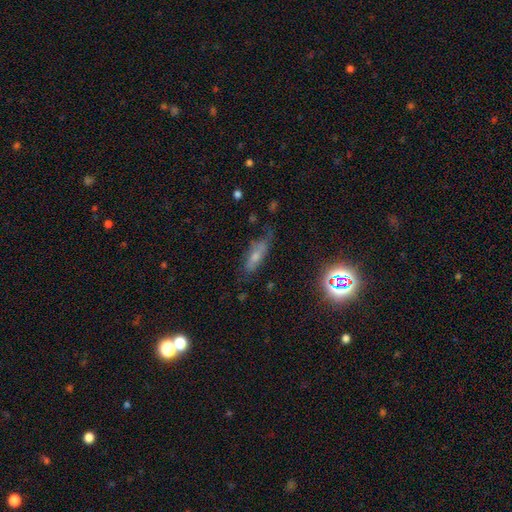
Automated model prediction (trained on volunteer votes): A smooth galaxy with no disk features (50%) that is in between round and cigar-shaped (48%). Merging: none (59%).